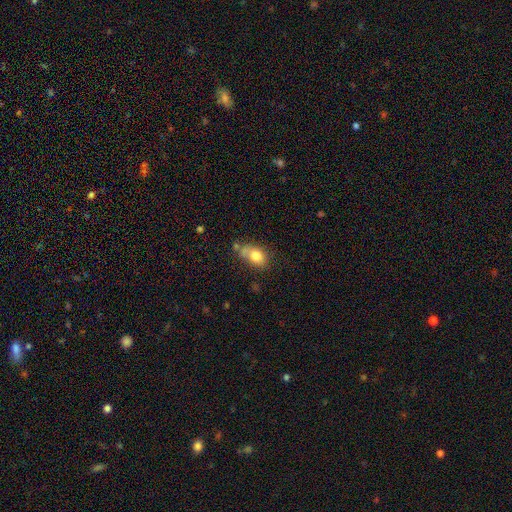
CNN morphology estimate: Smooth or featured? smooth (78%)
How rounded? in between (77%)
Merging? none (44%)